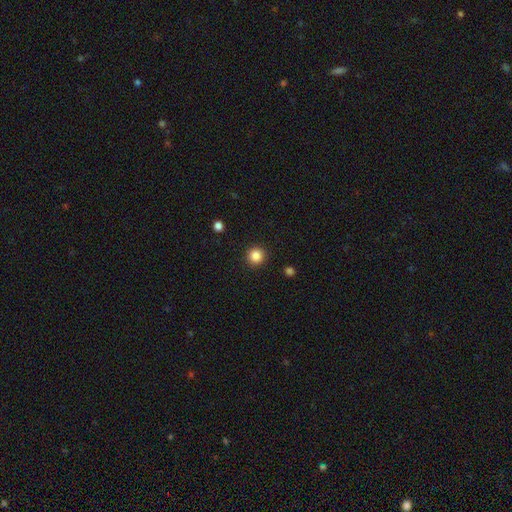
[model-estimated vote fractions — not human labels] Smooth or featured? smooth (85%)
How rounded? round (95%)
Merging? none (92%)